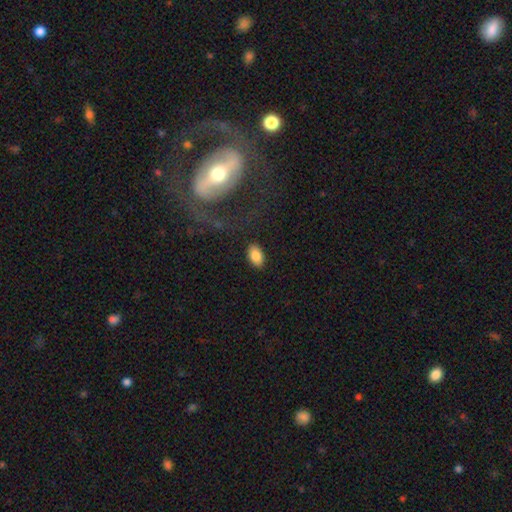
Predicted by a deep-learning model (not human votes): smooth-or-featured: smooth: 85% | star or artifact: 8% | featured or disk: 7%
  how-rounded: in between: 91% | round: 7% | cigar-shaped: 1%
  merging: none: 86% | minor disturbance: 9% | major disturbance: 3% | merger: 1%